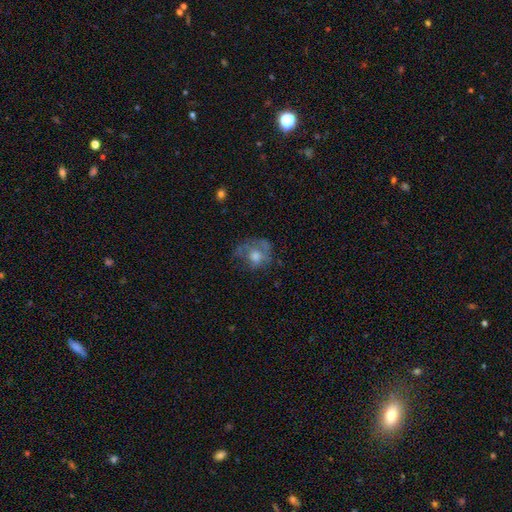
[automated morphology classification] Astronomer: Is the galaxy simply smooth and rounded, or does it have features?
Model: featured or disk — 48% (runner-up: smooth, 40%).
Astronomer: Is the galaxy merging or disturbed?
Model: none — 46% (runner-up: major disturbance, 27%).